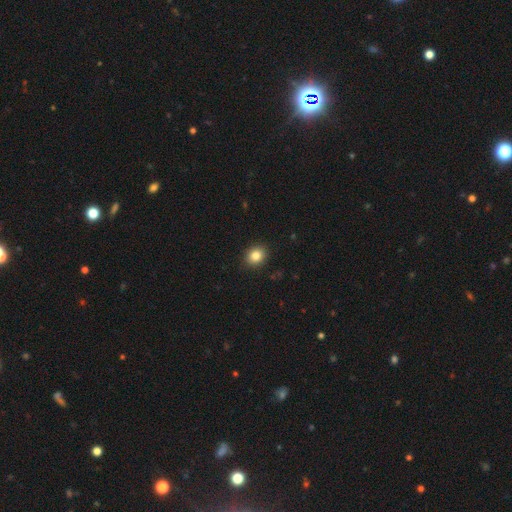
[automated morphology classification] Smooth or featured? Predicted: smooth (p=0.85). How rounded? Predicted: round (p=0.55). Merging? Predicted: none (p=0.90).